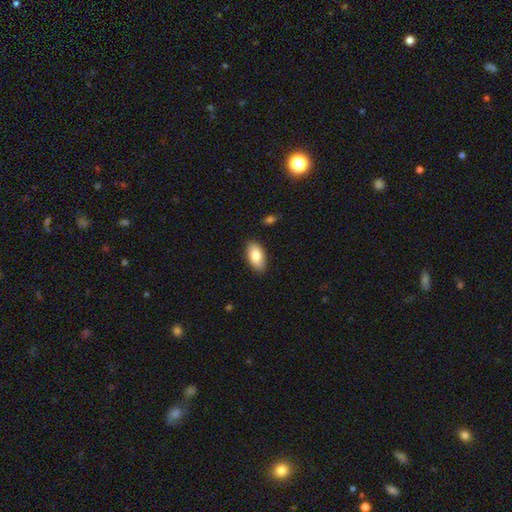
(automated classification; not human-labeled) This is clearly a smooth galaxy (83%). How rounded: clearly in between (94%). Merging: clearly none (88%).